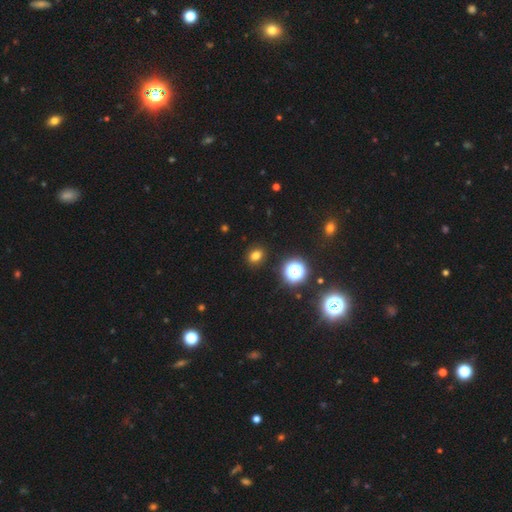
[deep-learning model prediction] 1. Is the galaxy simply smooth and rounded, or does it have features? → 75% smooth, 19% star or artifact, 6% featured or disk.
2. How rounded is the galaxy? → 52% round, 47% in between, 1% cigar-shaped.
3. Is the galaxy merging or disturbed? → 89% none, 7% minor disturbance, 2% major disturbance, 1% merger.